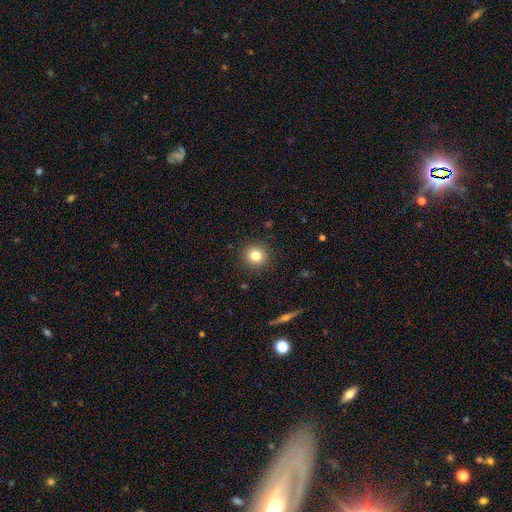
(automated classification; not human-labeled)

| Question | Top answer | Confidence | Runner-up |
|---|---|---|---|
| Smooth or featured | smooth | 81% | star or artifact (11%) |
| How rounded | round | 92% | in between (7%) |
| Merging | none | 91% | minor disturbance (6%) |